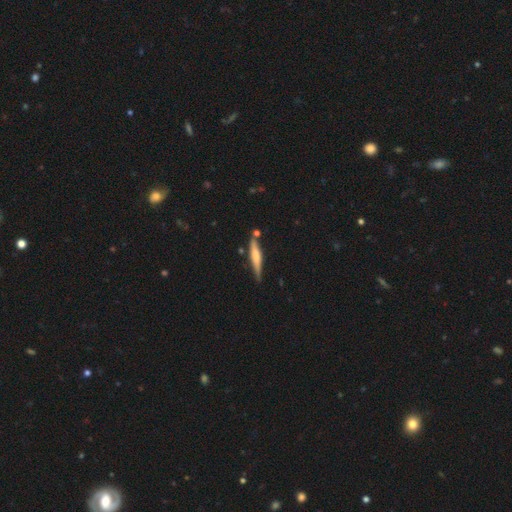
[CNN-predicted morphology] This is possibly a smooth galaxy (48%). Merging: likely none (72%).